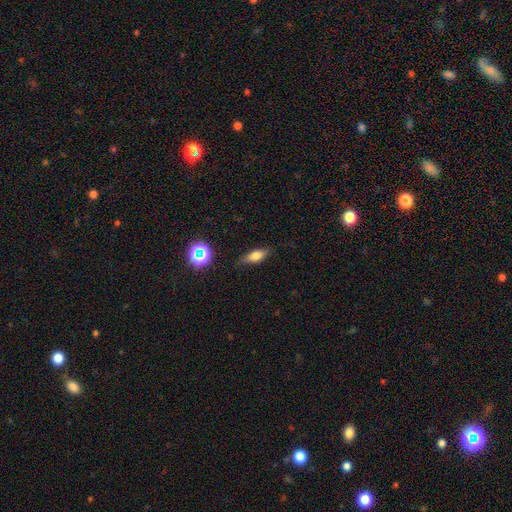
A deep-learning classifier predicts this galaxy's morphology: Smooth or featured? Predicted: smooth (p=0.69). How rounded? Predicted: in between (p=0.63). Merging? Predicted: none (p=0.80).